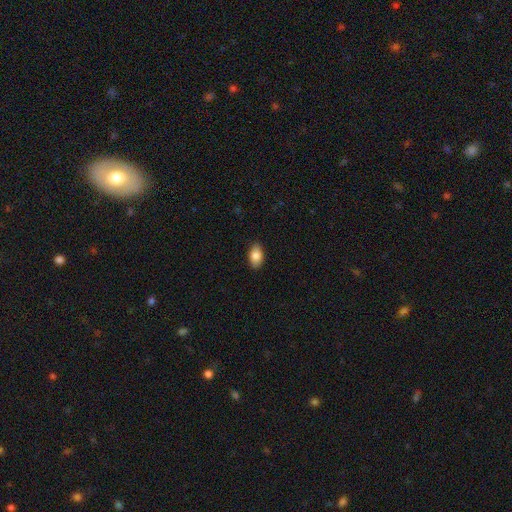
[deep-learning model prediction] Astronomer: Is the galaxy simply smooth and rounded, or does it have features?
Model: smooth — 85%.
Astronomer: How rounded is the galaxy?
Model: in between — 91%.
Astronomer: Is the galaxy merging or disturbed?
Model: none — 88%.